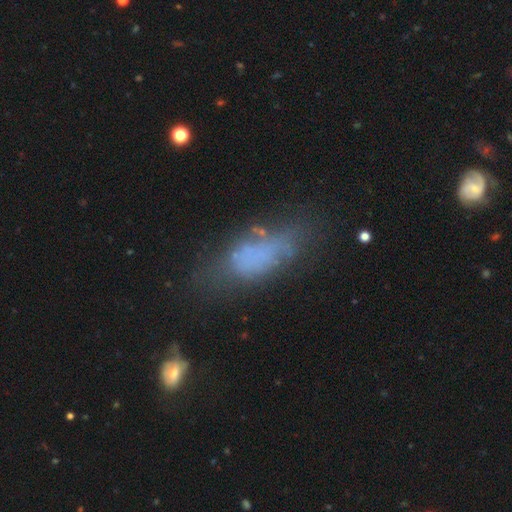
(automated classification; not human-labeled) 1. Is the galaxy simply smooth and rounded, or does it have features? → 54% smooth, 31% featured or disk, 15% star or artifact.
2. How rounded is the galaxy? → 73% in between, 23% cigar-shaped, 4% round.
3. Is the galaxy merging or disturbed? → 40% none, 27% minor disturbance, 25% major disturbance, 8% merger.